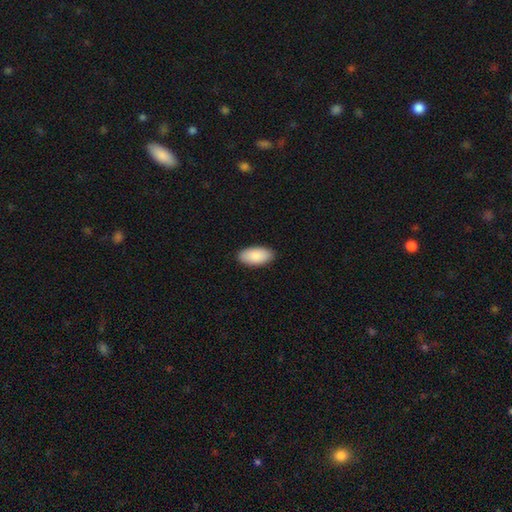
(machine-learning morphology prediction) A smooth galaxy with no disk features (90%) that is in between round and cigar-shaped (95%).

Vote fractions:
- Smooth or featured? smooth: 90% / star or artifact: 6% / featured or disk: 4%
- How rounded? in between: 95% / cigar-shaped: 3% / round: 2%
- Merging? none: 89% / minor disturbance: 8% / major disturbance: 2% / merger: 1%